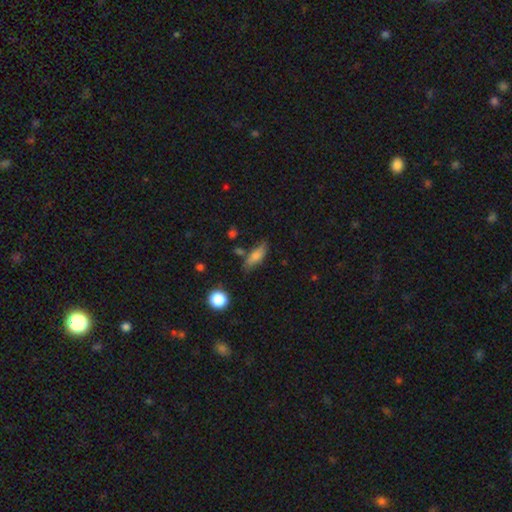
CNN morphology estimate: smooth 74%, featured or disk 18%, star or artifact 8%. Down the decision tree: how rounded — in between (60%); merging — none (68%).